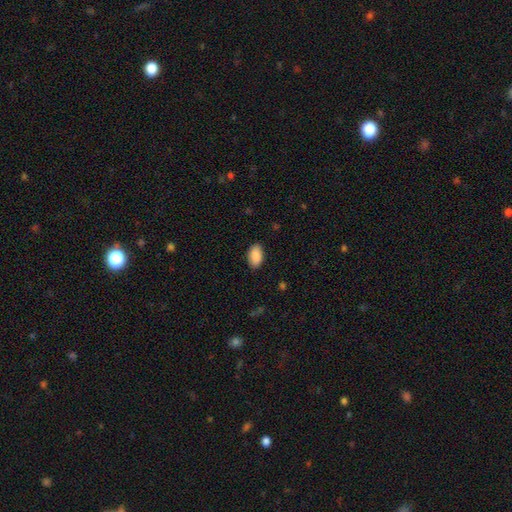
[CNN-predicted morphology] smooth-or-featured: smooth: 88% | star or artifact: 6% | featured or disk: 6%
  how-rounded: in between: 93% | round: 5% | cigar-shaped: 2%
  merging: none: 87% | minor disturbance: 10% | major disturbance: 2% | merger: 1%